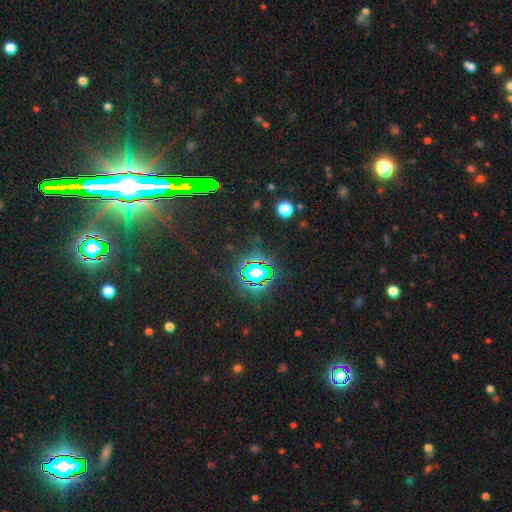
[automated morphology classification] Smooth or featured: star or artifact — 71% (smooth — 20%)